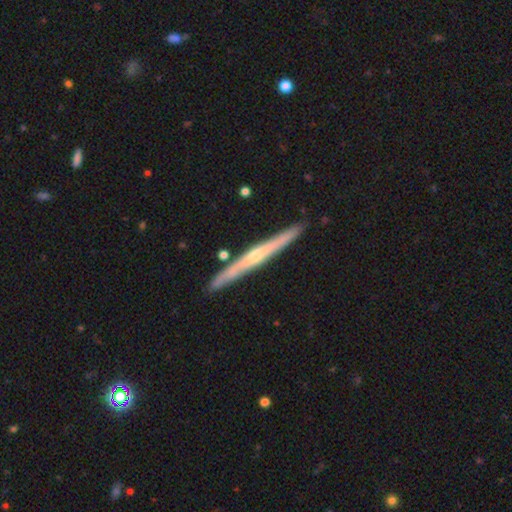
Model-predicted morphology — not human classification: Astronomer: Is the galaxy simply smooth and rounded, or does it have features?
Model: featured or disk — 71%.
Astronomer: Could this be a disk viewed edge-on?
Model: yes — 97%.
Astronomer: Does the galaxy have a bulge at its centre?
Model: rounded — 65%.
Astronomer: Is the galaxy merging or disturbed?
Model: none — 89%.